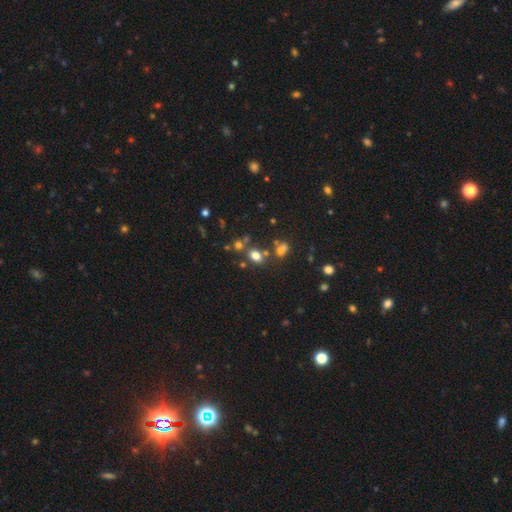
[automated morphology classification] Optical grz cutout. It shows a smooth galaxy with no disk features (71%) that is in between round and cigar-shaped (60%). Merging: none (62%).